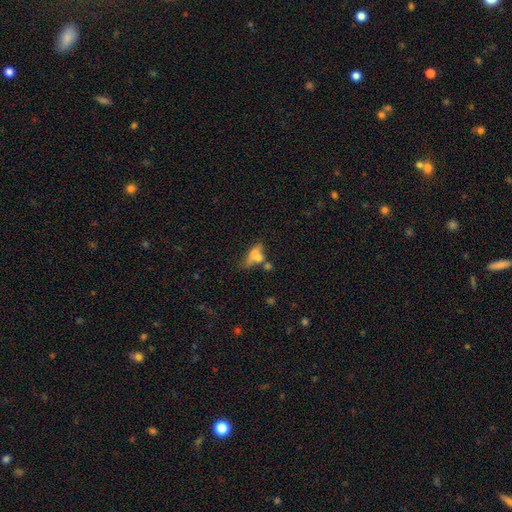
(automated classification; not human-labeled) This is possibly a smooth galaxy (54%). How rounded: likely in between (76%). Merging: marginally merger (31%).